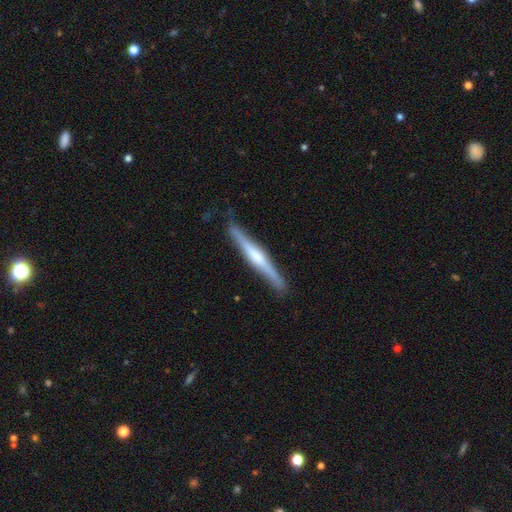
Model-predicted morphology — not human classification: type=featured or disk (70%); edge-on=yes (97%); edge-on bulge=rounded (63%); merging=none (84%).